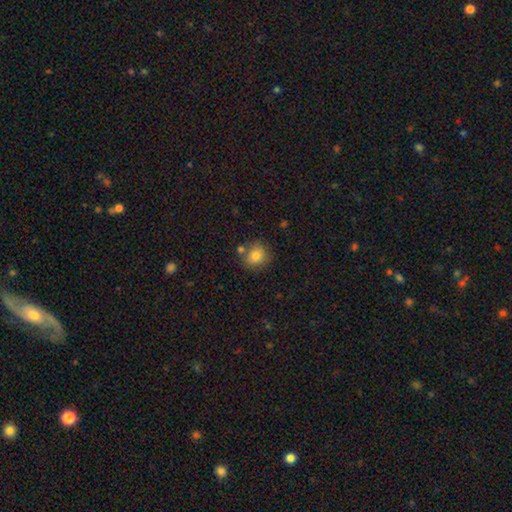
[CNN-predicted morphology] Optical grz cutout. It shows a smooth galaxy with no disk features (81%) that is round (80%). Merging: none (75%).